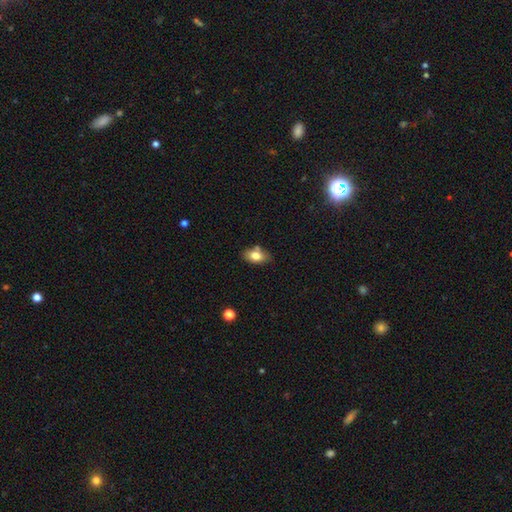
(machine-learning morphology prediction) A smooth galaxy with no disk features (78%) that is in between round and cigar-shaped (89%). Merging: none (71%).